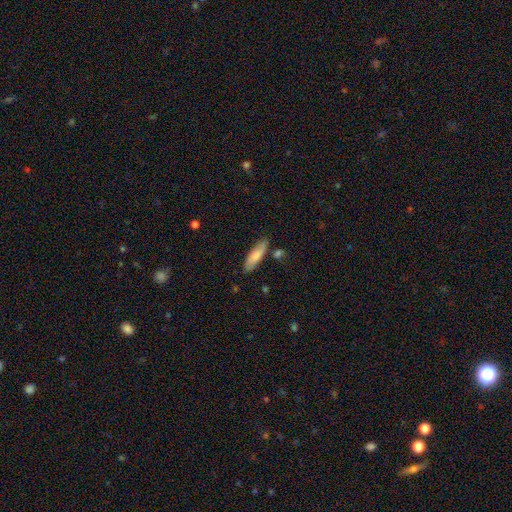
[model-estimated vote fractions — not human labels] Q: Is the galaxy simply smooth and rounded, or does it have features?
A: smooth — 78%.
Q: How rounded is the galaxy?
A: cigar-shaped — 55%.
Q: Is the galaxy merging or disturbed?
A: none — 81%.